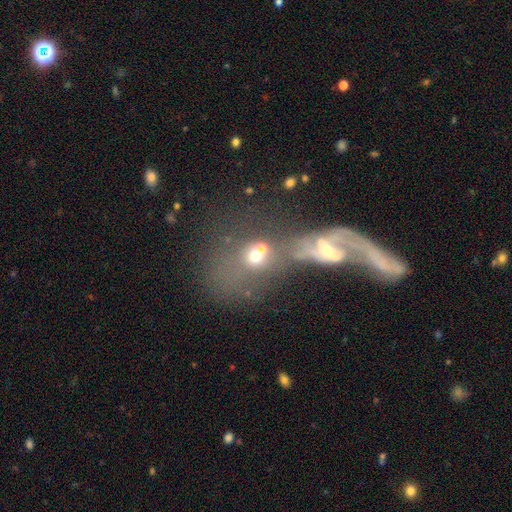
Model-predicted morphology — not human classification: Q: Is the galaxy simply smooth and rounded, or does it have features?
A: smooth — 53%.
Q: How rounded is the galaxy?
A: round — 54%.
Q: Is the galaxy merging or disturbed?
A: merger — 58%.